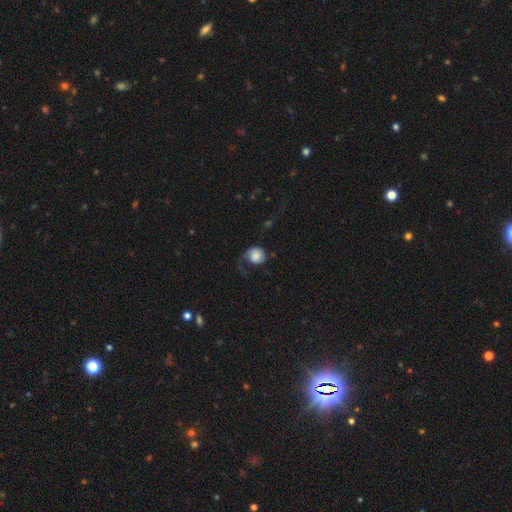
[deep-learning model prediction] Overall: smooth (56%; featured or disk 36%). How rounded: round (76%). Merging: major disturbance (43%; none 33%).